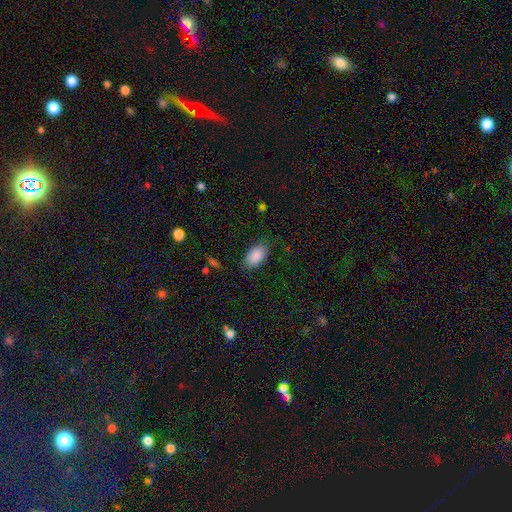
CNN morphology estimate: A smooth galaxy with no disk features (90%) that is in between round and cigar-shaped (94%). Merging: none (82%).